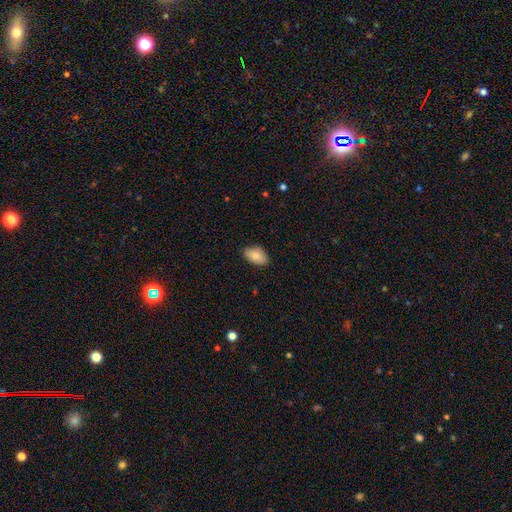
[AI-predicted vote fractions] Overall: smooth (87%). How rounded: in between (92%). Merging: none (83%).